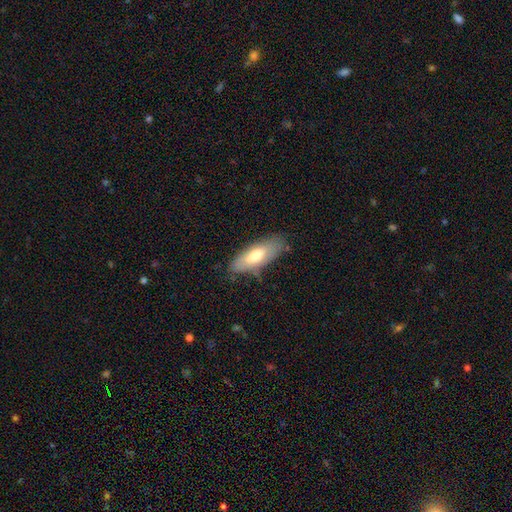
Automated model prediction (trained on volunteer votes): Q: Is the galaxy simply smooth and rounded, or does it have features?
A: smooth — 66%.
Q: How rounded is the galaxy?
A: in between — 68%.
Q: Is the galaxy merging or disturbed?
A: none — 76%.